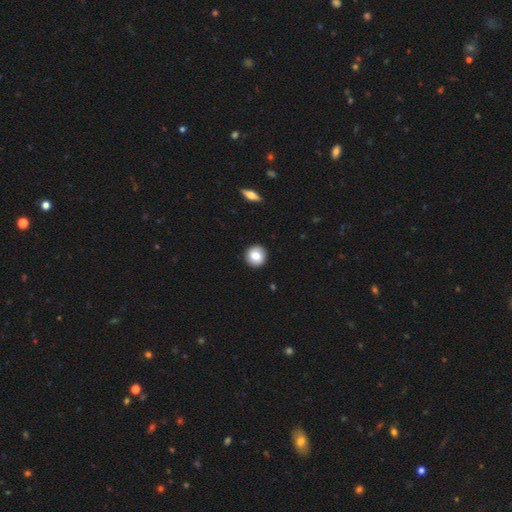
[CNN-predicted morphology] Q: Smooth or featured?
A: smooth (79%); runner-up: featured or disk (13%)
Q: How rounded?
A: round (92%); runner-up: in between (7%)
Q: Merging?
A: none (92%); runner-up: minor disturbance (5%)